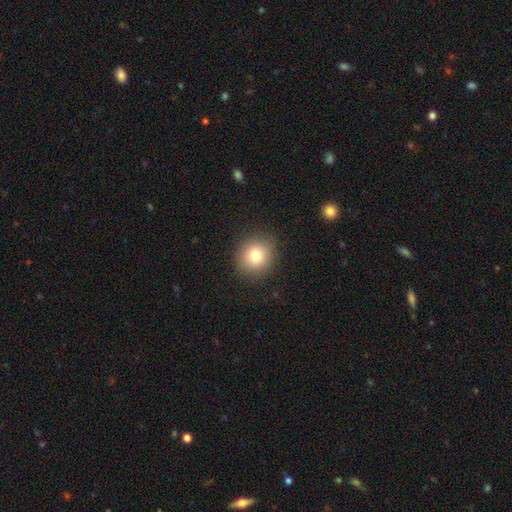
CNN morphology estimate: Overall: smooth (79%). How rounded: round (87%). Merging: none (88%).